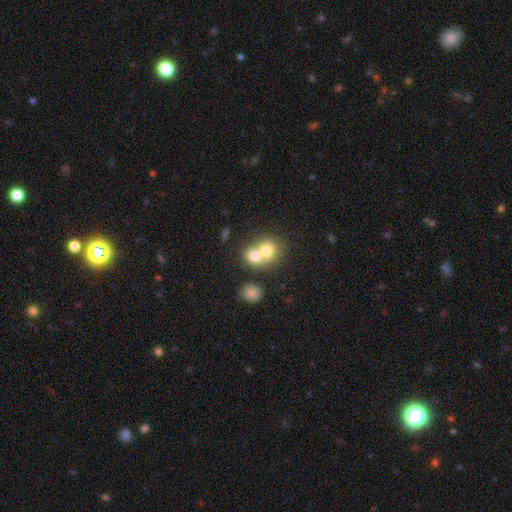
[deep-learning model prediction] The model was most divided on "merging": merger: 67%, none: 26%, minor disturbance: 5%, major disturbance: 3%. More confident: smooth or featured — smooth (73%); how rounded — round (72%).